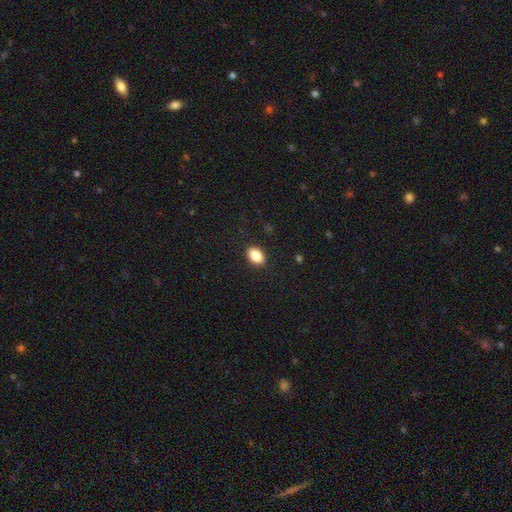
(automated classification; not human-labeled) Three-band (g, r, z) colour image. It shows a smooth galaxy with no disk features (88%) that is in between round and cigar-shaped (87%). Merging: none (89%).